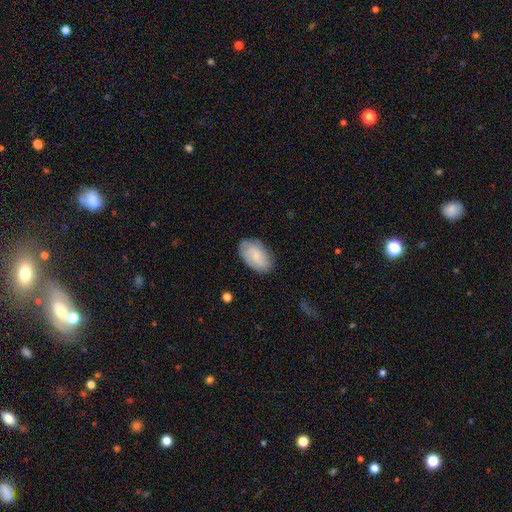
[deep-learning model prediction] smooth_or_featured: smooth (p=0.62) [alt: featured or disk p=0.31]
how_rounded: in between (p=0.92) [alt: round p=0.07]
merging: none (p=0.80) [alt: minor disturbance p=0.15]